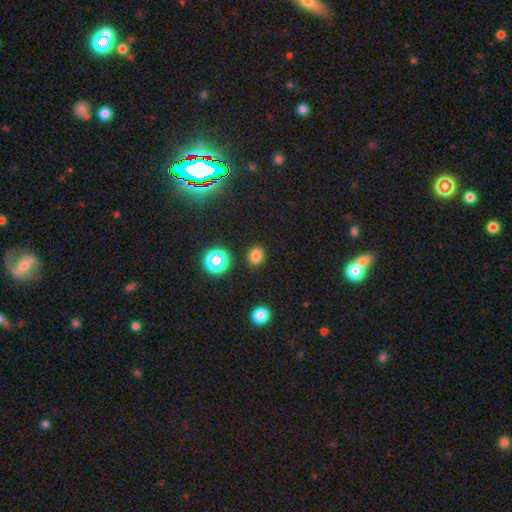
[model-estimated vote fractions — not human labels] Smooth or featured? smooth (76%)
How rounded? round (58%)
Merging? none (88%)